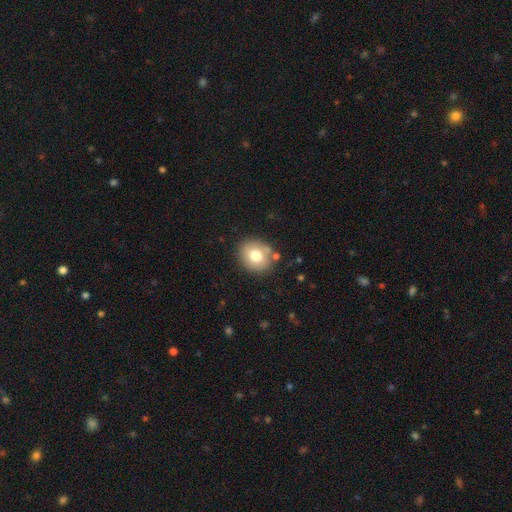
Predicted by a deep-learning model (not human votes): The model was most divided on "how rounded": round: 67%, in between: 32%, cigar-shaped: 1%. More confident: merging — none (78%); smooth or featured — smooth (74%).